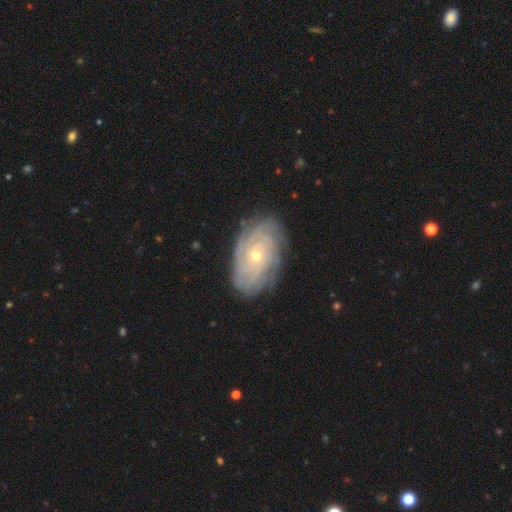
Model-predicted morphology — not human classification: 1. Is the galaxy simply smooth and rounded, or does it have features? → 83% featured or disk, 11% smooth, 6% star or artifact.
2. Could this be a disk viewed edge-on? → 95% no, 5% yes.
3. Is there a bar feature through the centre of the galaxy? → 81% no, 16% weak, 4% strong.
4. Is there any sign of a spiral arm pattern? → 94% yes, 6% no.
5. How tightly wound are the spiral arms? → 80% tight, 16% medium, 4% loose.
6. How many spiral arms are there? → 42% can't tell, 16% 4, 14% more than 4, 12% 3, 10% 2, 6% 1.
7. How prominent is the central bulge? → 63% small, 34% moderate, 1% large, 1% none, 1% dominant.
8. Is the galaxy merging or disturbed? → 80% none, 14% minor disturbance, 4% major disturbance, 1% merger.